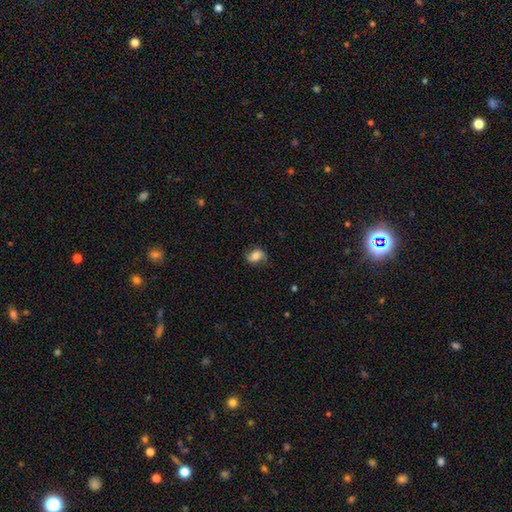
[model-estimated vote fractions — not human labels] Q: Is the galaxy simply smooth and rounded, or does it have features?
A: smooth — 63%.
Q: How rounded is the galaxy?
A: in between — 72%.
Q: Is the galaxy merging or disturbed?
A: none — 67%.